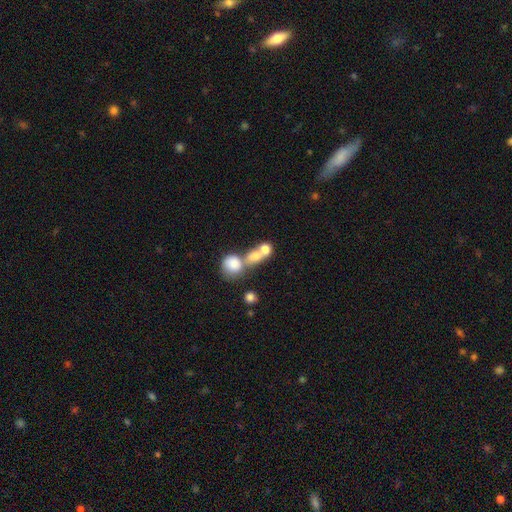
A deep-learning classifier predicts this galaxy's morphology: smooth-or-featured: smooth: 71% | featured or disk: 18% | star or artifact: 11%
  how-rounded: round: 57% | in between: 39% | cigar-shaped: 4%
  merging: merger: 64% | none: 24% | minor disturbance: 7% | major disturbance: 6%